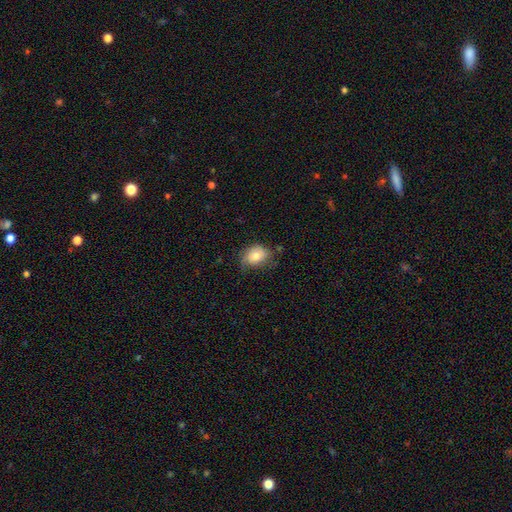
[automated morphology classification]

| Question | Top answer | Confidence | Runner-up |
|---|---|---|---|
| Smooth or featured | smooth | 70% | featured or disk (22%) |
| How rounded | in between | 62% | round (37%) |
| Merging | none | 53% | minor disturbance (34%) |